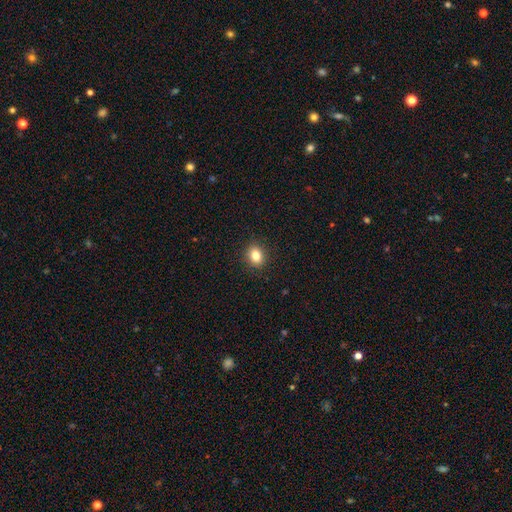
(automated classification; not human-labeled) Smooth or featured? Predicted: smooth (p=0.83). How rounded? Predicted: round (p=0.51). Merging? Predicted: none (p=0.91).